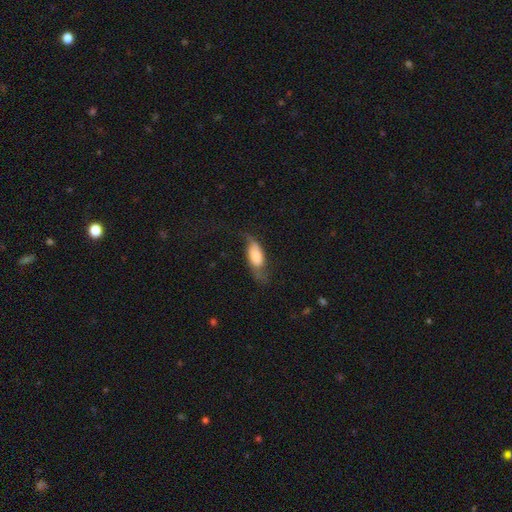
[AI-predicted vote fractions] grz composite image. It shows a smooth galaxy with no disk features (55%) that is in between round and cigar-shaped (81%). Merging: none (45%).